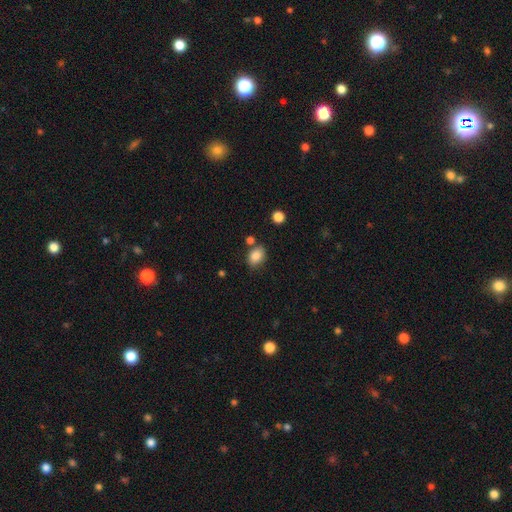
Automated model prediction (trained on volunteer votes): Smooth or featured: smooth — 86% (star or artifact — 9%)
How rounded: in between — 70% (round — 29%)
Merging: none — 71% (minor disturbance — 15%)